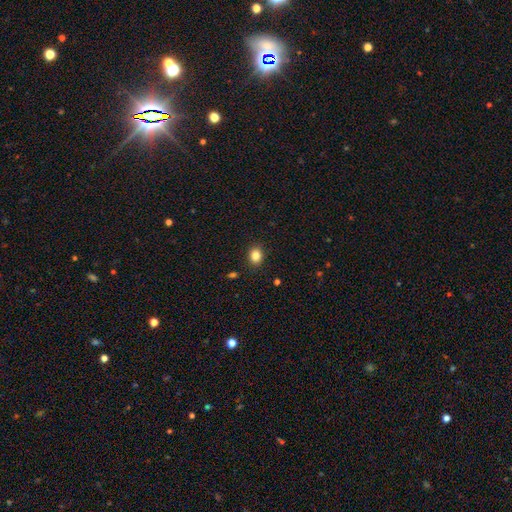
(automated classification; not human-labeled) Overall: smooth (84%). How rounded: round (57%; in between 42%). Merging: none (90%).